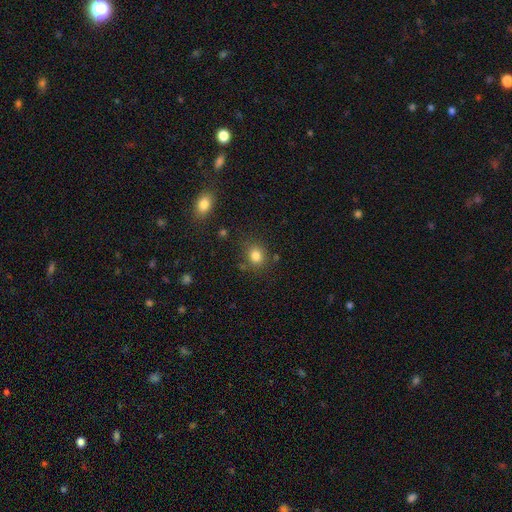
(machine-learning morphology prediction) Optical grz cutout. It shows a smooth galaxy with no disk features (82%) that is round (72%). Merging: none (77%).